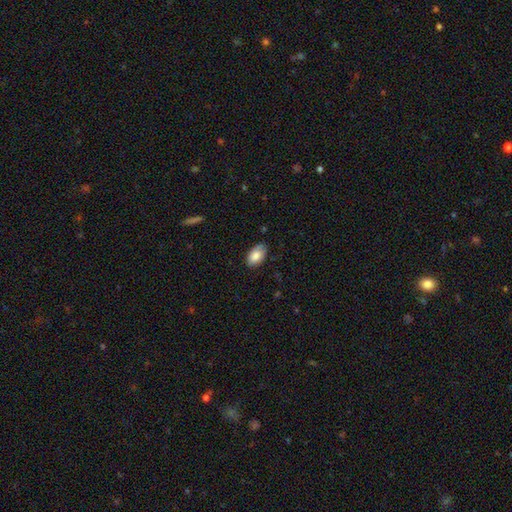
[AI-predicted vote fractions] The model was most divided on "merging": none: 76%, minor disturbance: 20%, major disturbance: 3%, merger: 1%. More confident: how rounded — in between (93%); smooth or featured — smooth (83%).